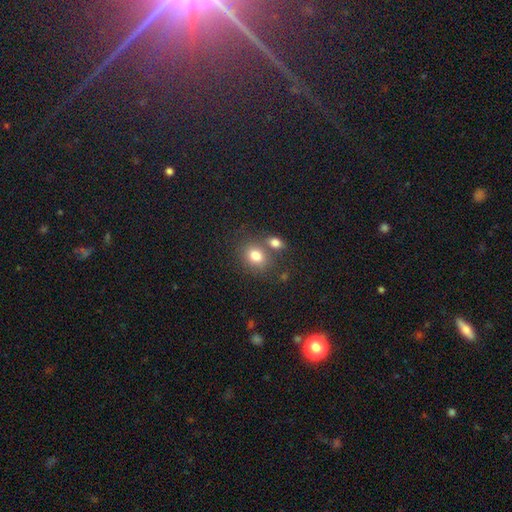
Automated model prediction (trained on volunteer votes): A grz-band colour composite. It shows a smooth galaxy with no disk features (79%) that is round (50%). Merging: none (57%).